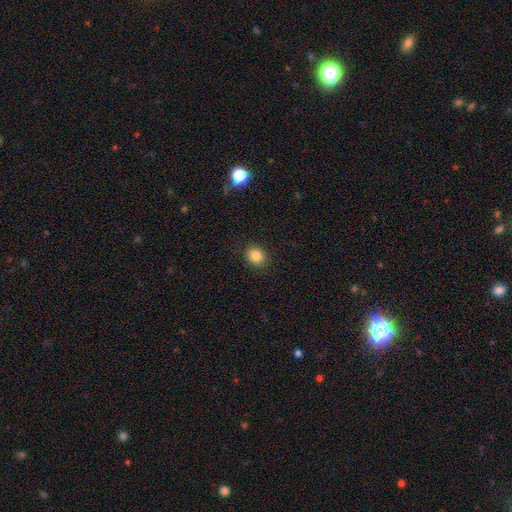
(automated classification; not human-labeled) smooth 84%, star or artifact 11%, featured or disk 5%. Down the decision tree: how rounded — round (72%); merging — none (90%).